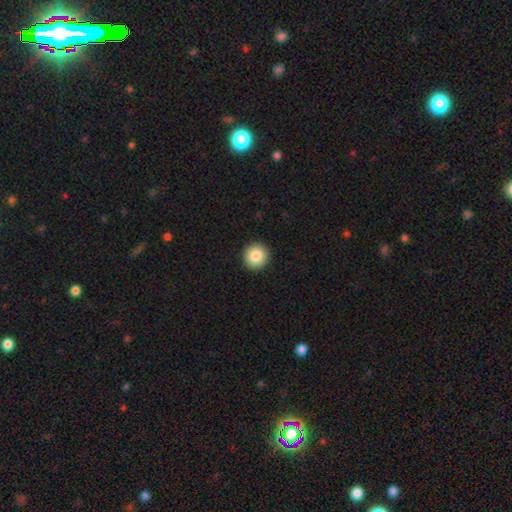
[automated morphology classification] Smooth or featured? Predicted: smooth (p=0.85). How rounded? Predicted: round (p=0.95). Merging? Predicted: none (p=0.93).